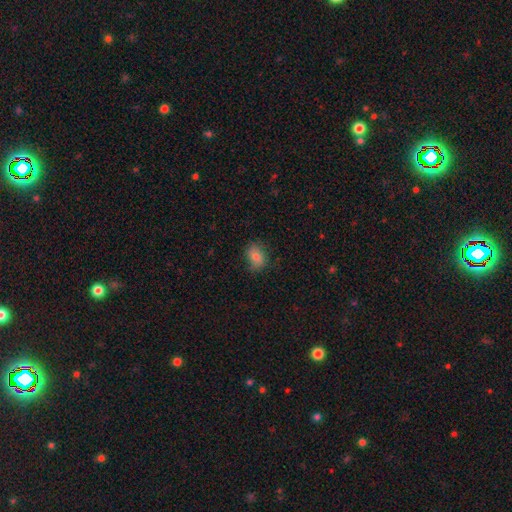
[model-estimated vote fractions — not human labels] Overall: smooth (79%). How rounded: in between (65%; round 34%). Merging: none (76%).